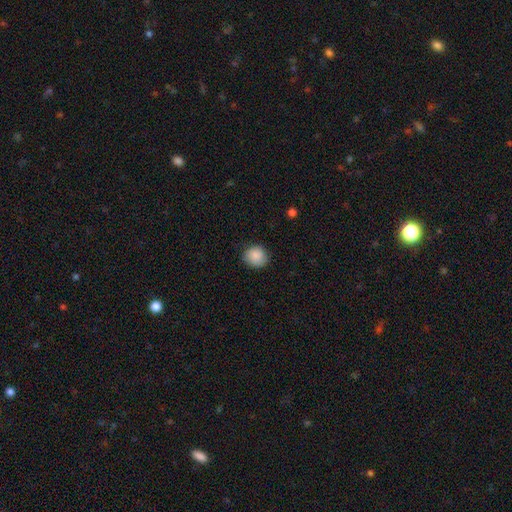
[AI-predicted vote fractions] Smooth or featured? Predicted: smooth (p=0.88). How rounded? Predicted: round (p=0.84). Merging? Predicted: none (p=0.84).